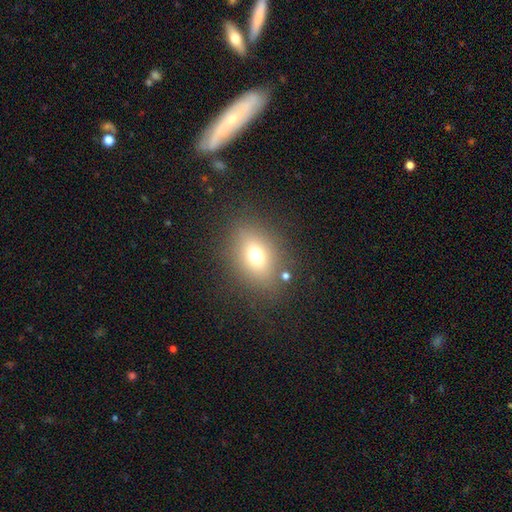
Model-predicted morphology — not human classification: This is likely a smooth galaxy (68%). How rounded: possibly in between (59%). Merging: clearly none (81%).